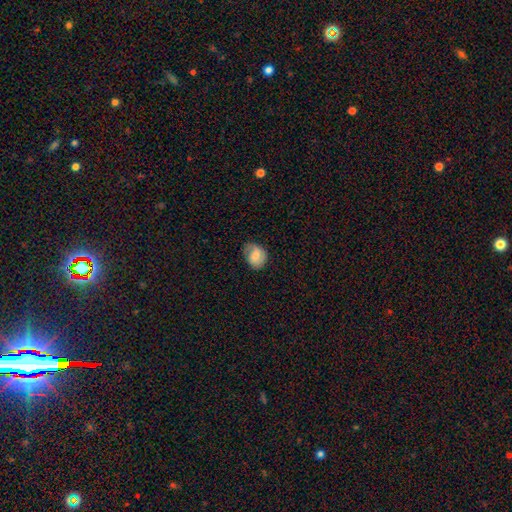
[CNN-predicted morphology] smooth_or_featured: smooth (p=0.60) [alt: featured or disk p=0.33]
how_rounded: round (p=0.52) [alt: in between p=0.47]
merging: none (p=0.64) [alt: minor disturbance p=0.27]